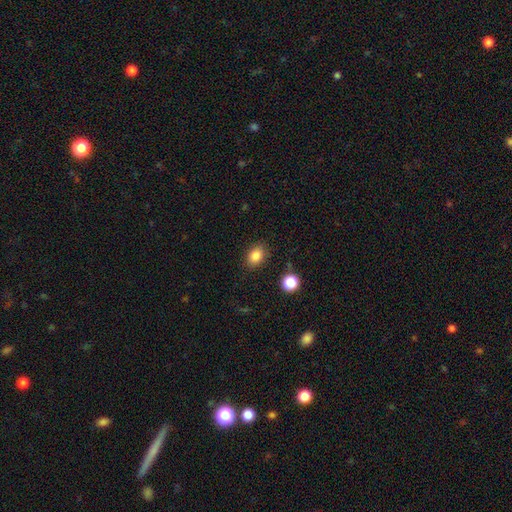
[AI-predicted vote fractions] The model was most divided on "how rounded": in between: 73%, round: 26%, cigar-shaped: 1%. More confident: merging — none (85%); smooth or featured — smooth (84%).